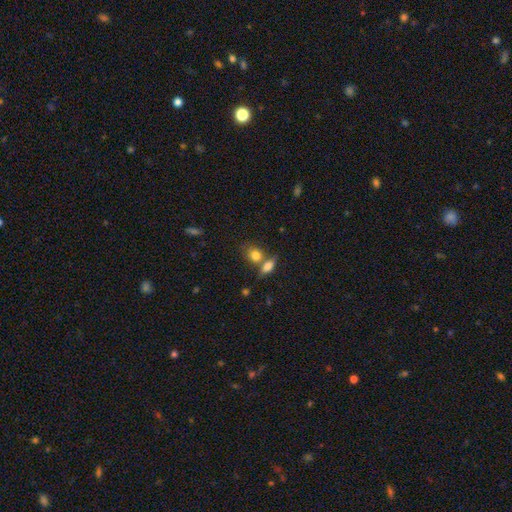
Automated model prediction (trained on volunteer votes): This appears to be a smooth galaxy with no disk features (82%) that is in between round and cigar-shaped (52%). Merging: none (43%).